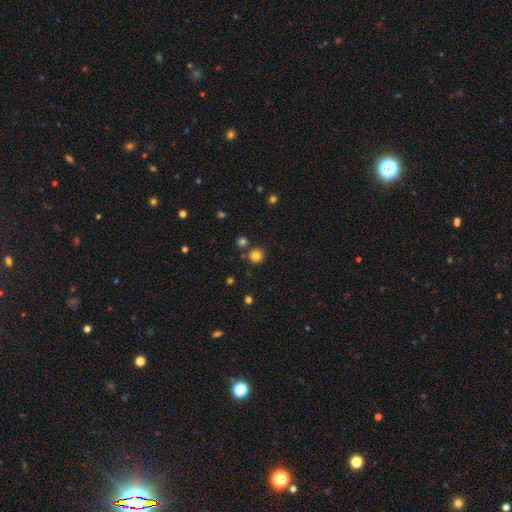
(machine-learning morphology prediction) A smooth galaxy with no disk features (81%) that is round (94%).

Vote fractions:
- Smooth or featured? smooth: 81% / star or artifact: 14% / featured or disk: 5%
- How rounded? round: 94% / in between: 5% / cigar-shaped: 1%
- Merging? none: 81% / merger: 10% / minor disturbance: 7% / major disturbance: 2%